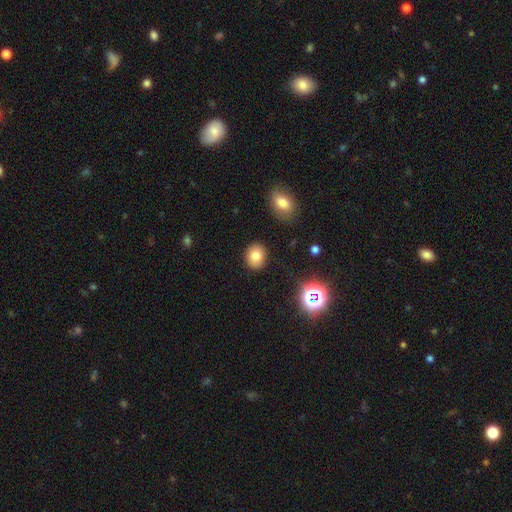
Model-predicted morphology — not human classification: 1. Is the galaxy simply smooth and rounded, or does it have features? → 79% smooth, 12% star or artifact, 9% featured or disk.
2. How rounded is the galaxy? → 65% round, 34% in between, 1% cigar-shaped.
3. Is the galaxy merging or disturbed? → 89% none, 7% minor disturbance, 2% major disturbance, 2% merger.